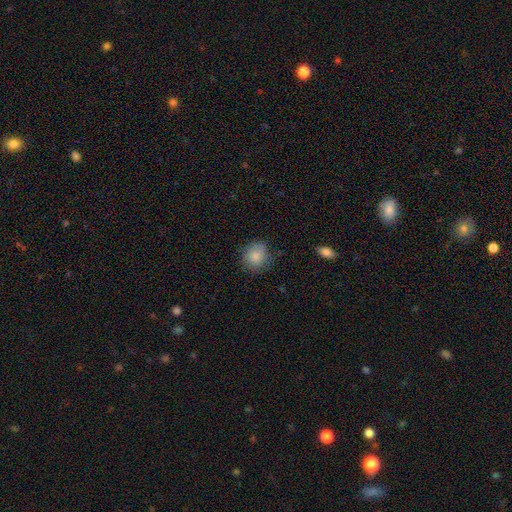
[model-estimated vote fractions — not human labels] The model was most divided on "merging": none: 75%, minor disturbance: 19%, major disturbance: 5%, merger: 1%. More confident: smooth or featured — smooth (86%); how rounded — round (78%).